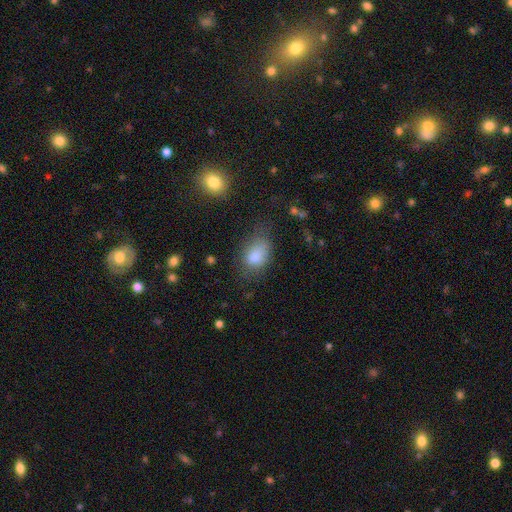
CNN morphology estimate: Overall: smooth (82%). How rounded: in between (80%). Merging: none (50%; minor disturbance 30%).